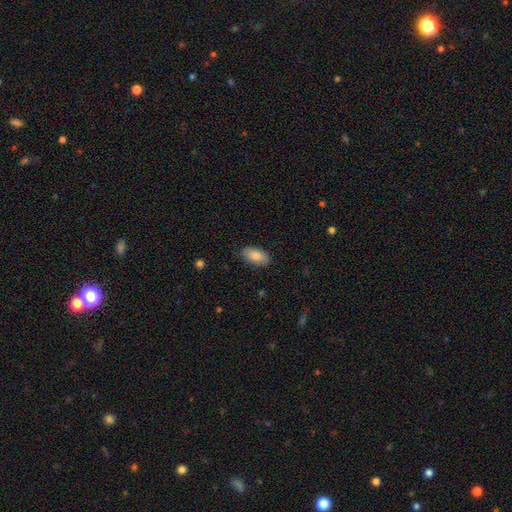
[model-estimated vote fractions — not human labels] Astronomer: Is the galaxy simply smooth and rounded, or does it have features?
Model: smooth — 83%.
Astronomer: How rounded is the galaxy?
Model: in between — 93%.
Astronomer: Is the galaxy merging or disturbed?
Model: none — 85%.